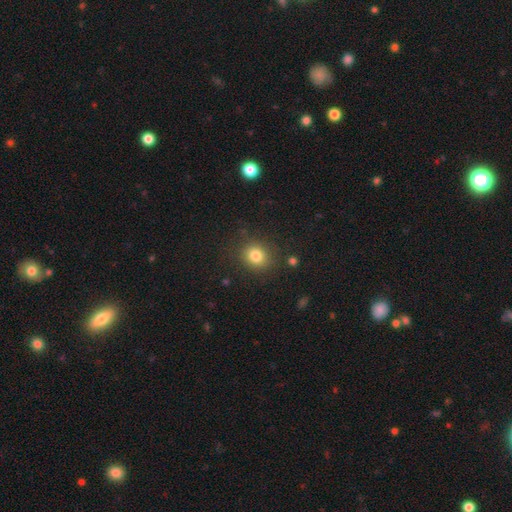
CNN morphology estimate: smooth_or_featured: smooth (p=0.81) [alt: star or artifact p=0.12]
how_rounded: round (p=0.76) [alt: in between p=0.23]
merging: none (p=0.85) [alt: minor disturbance p=0.10]